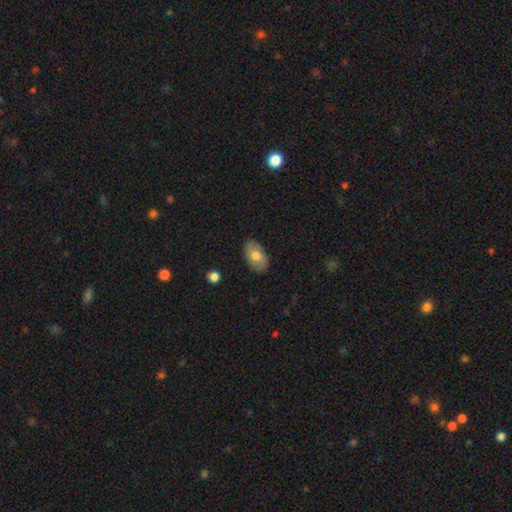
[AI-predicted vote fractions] This is likely a smooth galaxy (72%). How rounded: clearly in between (93%). Merging: clearly none (85%).